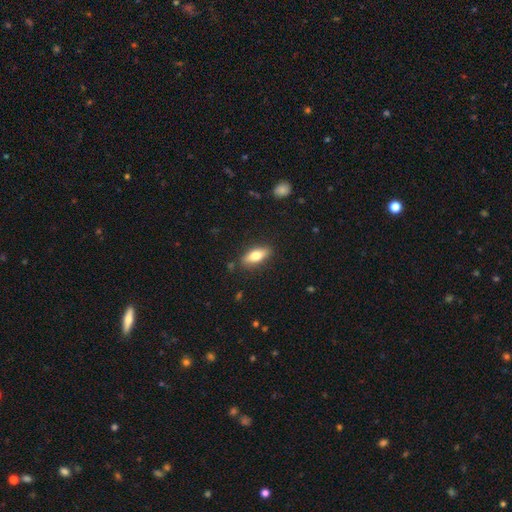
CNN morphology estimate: Smooth or featured? Predicted: smooth (p=0.72). How rounded? Predicted: in between (p=0.72). Merging? Predicted: none (p=0.85).